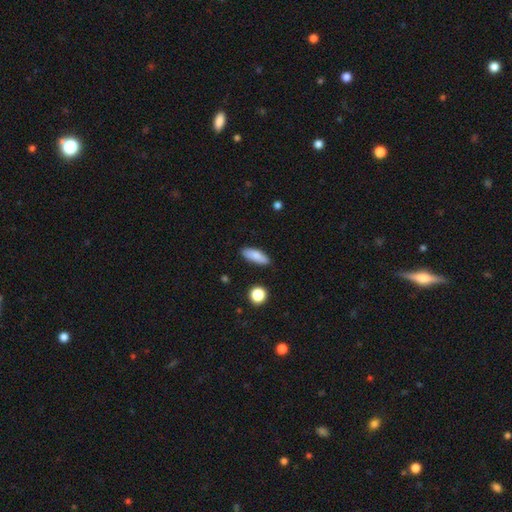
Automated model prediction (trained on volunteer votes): Overall: smooth (83%). How rounded: in between (62%; cigar-shaped 35%). Merging: none (87%).